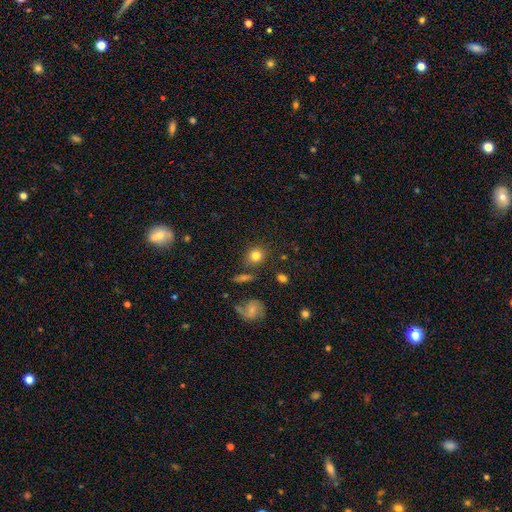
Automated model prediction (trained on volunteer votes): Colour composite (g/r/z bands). It shows a smooth galaxy with no disk features (80%) that is round (81%). Merging: none (79%).